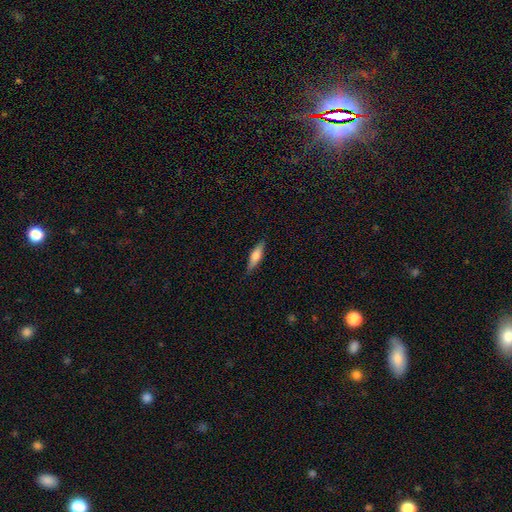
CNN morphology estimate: smooth-or-featured: smooth: 63% | featured or disk: 30% | star or artifact: 6%
  how-rounded: cigar-shaped: 57% | in between: 40% | round: 2%
  merging: none: 85% | minor disturbance: 12% | major disturbance: 2% | merger: 1%